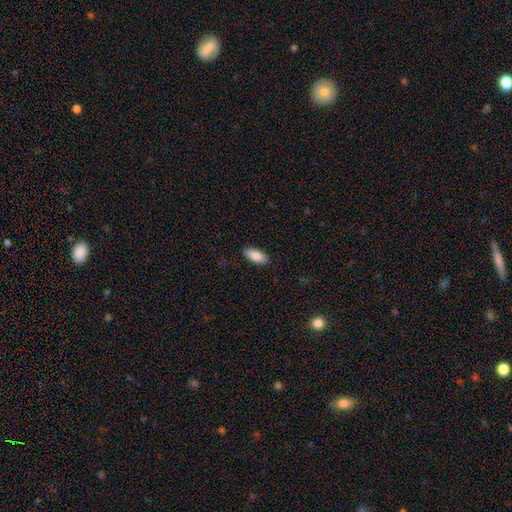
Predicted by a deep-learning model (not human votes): smooth 87%, featured or disk 7%, star or artifact 6%. Down the decision tree: how rounded — in between (85%); merging — none (89%).